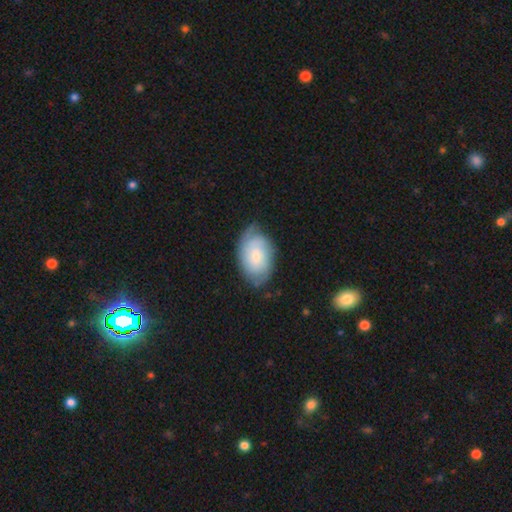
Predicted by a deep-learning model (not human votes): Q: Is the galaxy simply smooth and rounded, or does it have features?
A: smooth — 49%.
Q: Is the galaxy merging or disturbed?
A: none — 66%.